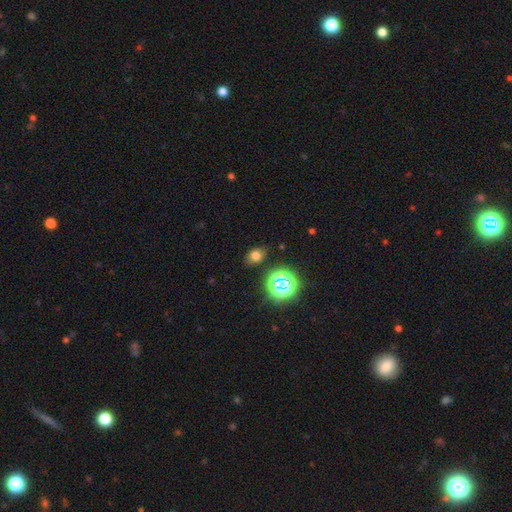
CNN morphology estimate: smooth_or_featured: smooth (p=0.67) [alt: star or artifact p=0.25]
how_rounded: in between (p=0.64) [alt: round p=0.35]
merging: none (p=0.79) [alt: minor disturbance p=0.14]